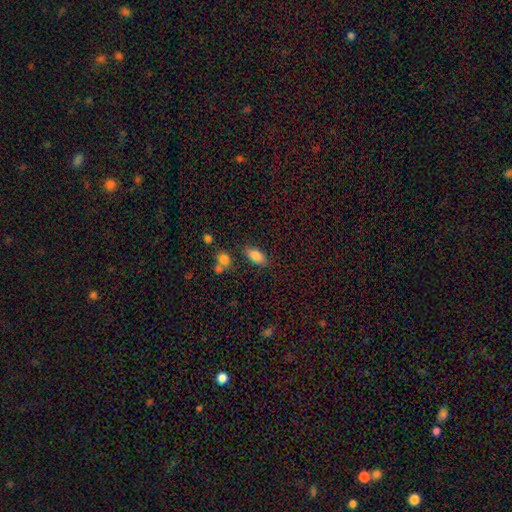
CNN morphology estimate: A smooth galaxy with no disk features (82%) that is in between round and cigar-shaped (87%).

Vote fractions:
- Smooth or featured? smooth: 82% / featured or disk: 9% / star or artifact: 9%
- How rounded? in between: 87% / cigar-shaped: 8% / round: 5%
- Merging? none: 77% / minor disturbance: 13% / merger: 6% / major disturbance: 4%